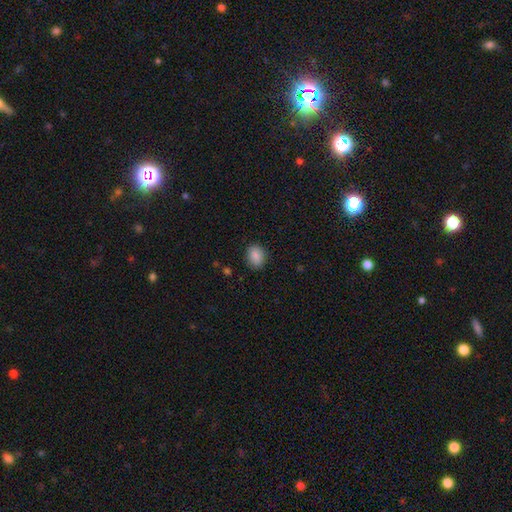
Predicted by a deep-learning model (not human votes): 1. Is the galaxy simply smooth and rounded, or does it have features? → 87% smooth, 8% star or artifact, 5% featured or disk.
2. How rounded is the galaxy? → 60% in between, 39% round, 1% cigar-shaped.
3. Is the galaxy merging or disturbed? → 86% none, 11% minor disturbance, 3% major disturbance, 1% merger.